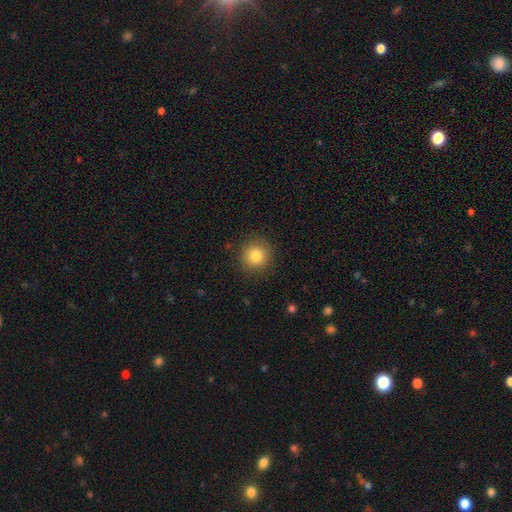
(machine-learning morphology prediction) Smooth or featured?
  - smooth: 83% *
  - star or artifact: 11%
  - featured or disk: 7%
How rounded?
  - round: 94% *
  - in between: 5%
  - cigar-shaped: 1%
Merging?
  - none: 90% *
  - minor disturbance: 7%
  - major disturbance: 2%
  - merger: 1%